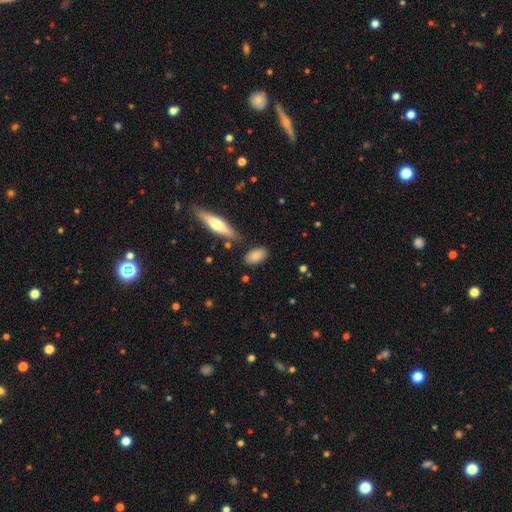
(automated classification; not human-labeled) Overall: smooth (83%). How rounded: in between (89%). Merging: none (80%).